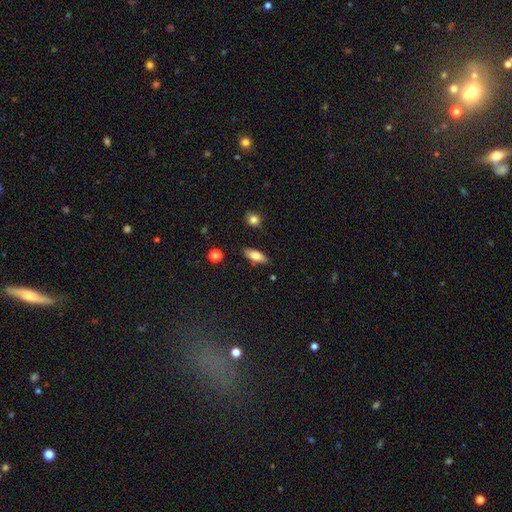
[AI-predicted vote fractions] A smooth galaxy with no disk features (73%) that is in between round and cigar-shaped (71%).

Vote fractions:
- Smooth or featured? smooth: 73% / featured or disk: 19% / star or artifact: 7%
- How rounded? in between: 71% / cigar-shaped: 26% / round: 3%
- Merging? none: 85% / minor disturbance: 10% / major disturbance: 2% / merger: 2%